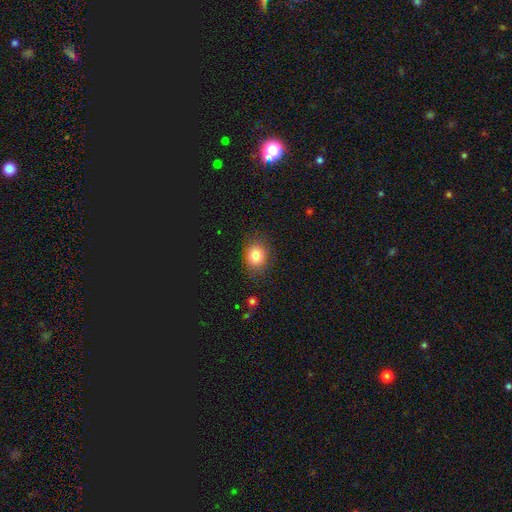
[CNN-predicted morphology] Smooth or featured? Predicted: smooth (p=0.81). How rounded? Predicted: round (p=0.61). Merging? Predicted: none (p=0.80).